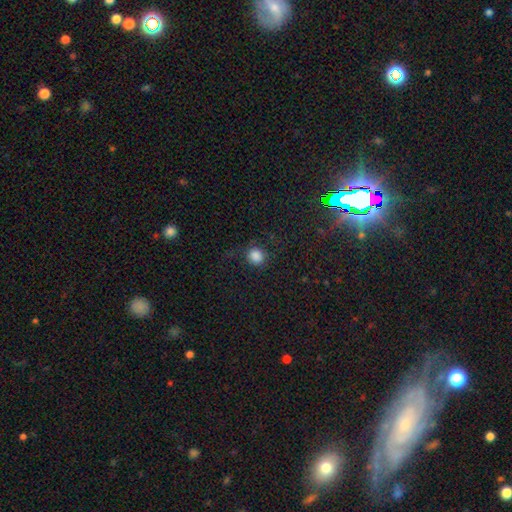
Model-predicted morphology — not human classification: Smooth or featured?
  - smooth: 83% *
  - star or artifact: 12%
  - featured or disk: 5%
How rounded?
  - round: 86% *
  - in between: 13%
  - cigar-shaped: 1%
Merging?
  - none: 79% *
  - minor disturbance: 13%
  - major disturbance: 6%
  - merger: 2%